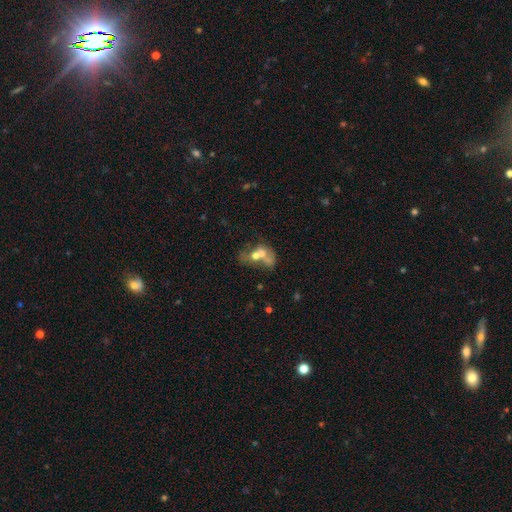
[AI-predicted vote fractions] A smooth galaxy with no disk features (50%). Merging: merger (70%).